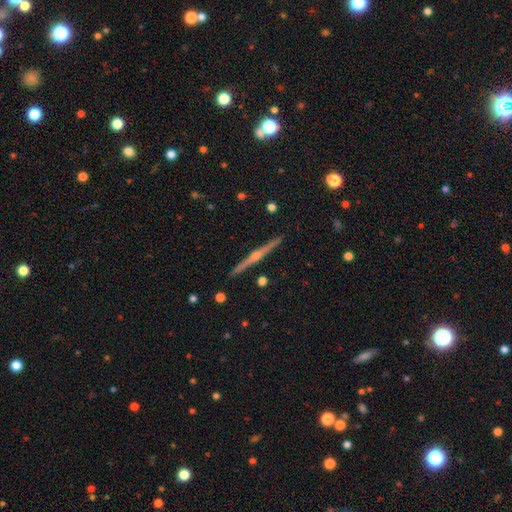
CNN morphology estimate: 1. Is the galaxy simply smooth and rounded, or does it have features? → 83% featured or disk, 11% smooth, 5% star or artifact.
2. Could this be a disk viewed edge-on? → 99% yes, 1% no.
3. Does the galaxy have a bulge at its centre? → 89% rounded, 6% none, 5% boxy.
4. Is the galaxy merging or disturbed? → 93% none, 5% minor disturbance, 1% merger, 1% major disturbance.